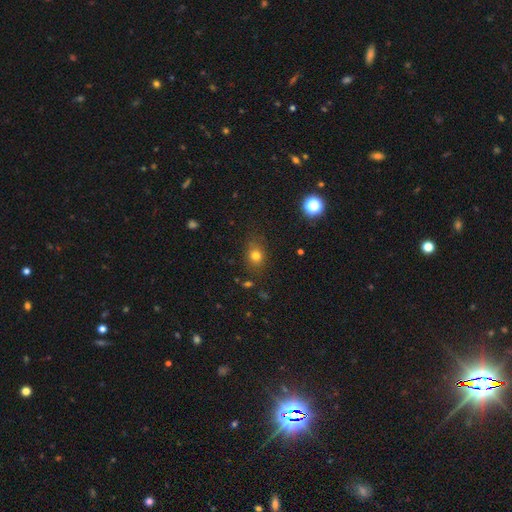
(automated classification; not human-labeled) This is likely a smooth galaxy (75%). How rounded: possibly round (56%). Merging: clearly none (80%).